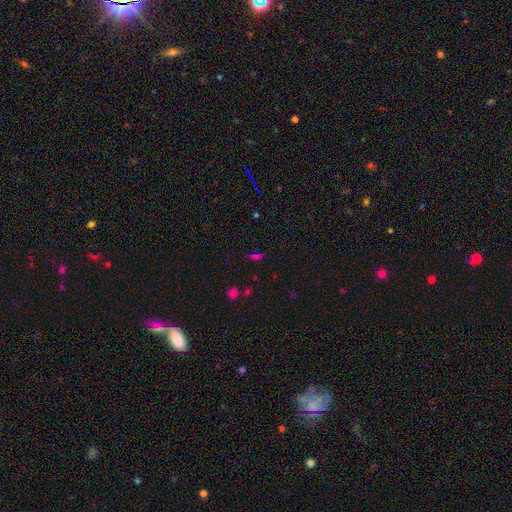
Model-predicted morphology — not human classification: A smooth galaxy with no disk features (46%).

Vote fractions:
- Smooth or featured? smooth: 46% / star or artifact: 42% / featured or disk: 12%
- Merging? none: 73% / minor disturbance: 14% / major disturbance: 7% / merger: 6%